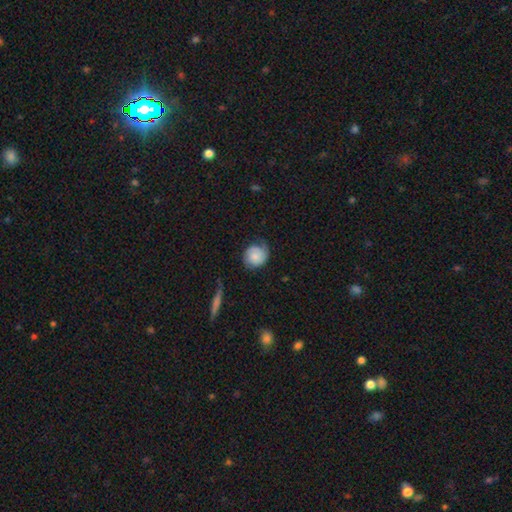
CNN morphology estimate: Smooth or featured?
  - smooth: 56% *
  - featured or disk: 37%
  - star or artifact: 7%
How rounded?
  - round: 83% *
  - in between: 16%
  - cigar-shaped: 1%
Merging?
  - none: 60% *
  - minor disturbance: 28%
  - major disturbance: 11%
  - merger: 2%